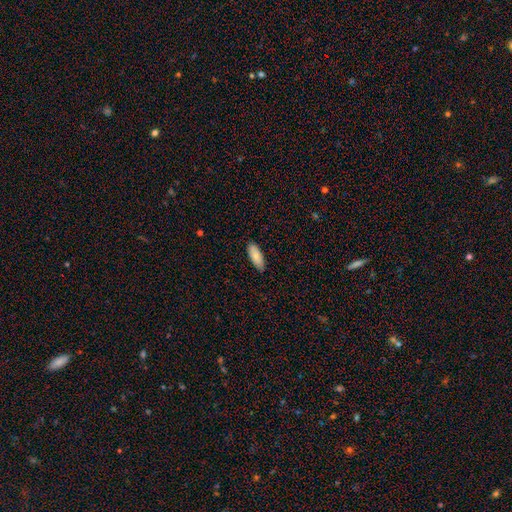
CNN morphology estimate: Smooth or featured: smooth — 87% (featured or disk — 7%)
How rounded: in between — 75% (cigar-shaped — 24%)
Merging: none — 86% (minor disturbance — 12%)